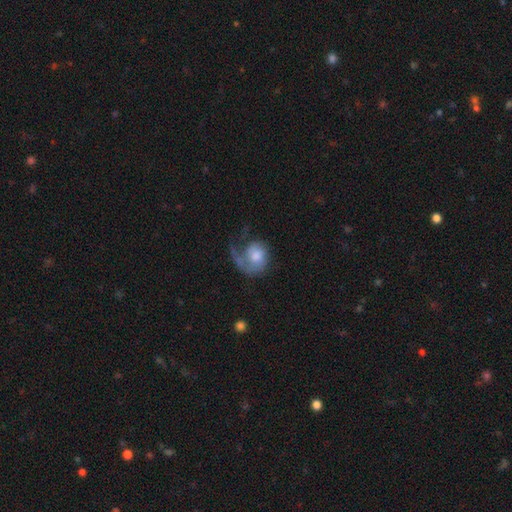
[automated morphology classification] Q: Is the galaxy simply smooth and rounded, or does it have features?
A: featured or disk — 61%.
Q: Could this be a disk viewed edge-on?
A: no — 97%.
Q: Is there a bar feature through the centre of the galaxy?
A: no — 77%.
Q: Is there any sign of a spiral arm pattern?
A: yes — 86%.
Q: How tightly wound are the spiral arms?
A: loose — 45%.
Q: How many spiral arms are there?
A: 1 — 83%.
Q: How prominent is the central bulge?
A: moderate — 51%.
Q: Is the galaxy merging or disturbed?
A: major disturbance — 45%.